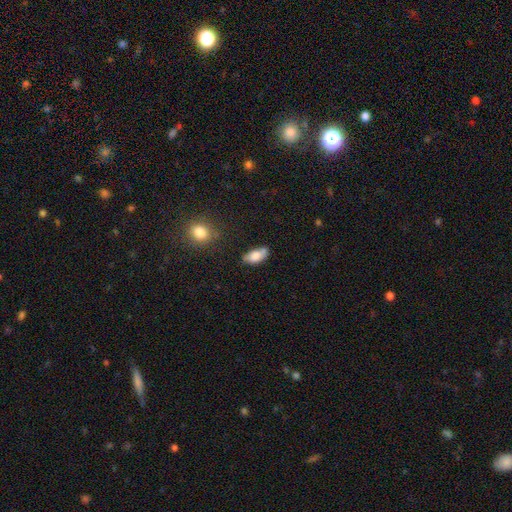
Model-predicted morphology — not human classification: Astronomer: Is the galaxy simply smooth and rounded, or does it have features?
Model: smooth — 79%.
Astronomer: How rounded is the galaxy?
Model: in between — 90%.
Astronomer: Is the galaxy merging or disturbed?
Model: none — 59%.